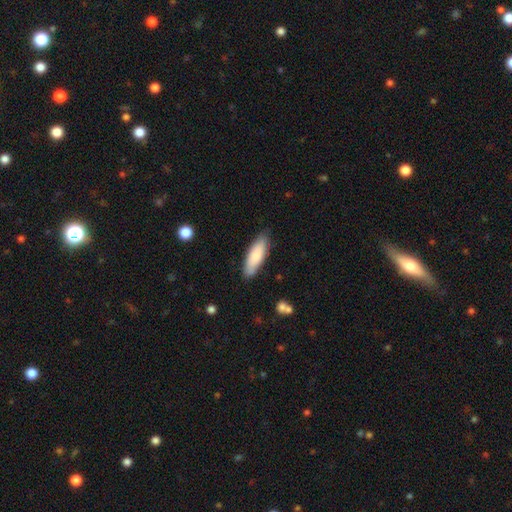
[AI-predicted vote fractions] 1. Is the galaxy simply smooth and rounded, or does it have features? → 83% smooth, 12% featured or disk, 5% star or artifact.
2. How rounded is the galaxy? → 57% in between, 42% cigar-shaped, 2% round.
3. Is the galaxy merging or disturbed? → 82% none, 14% minor disturbance, 2% major disturbance, 2% merger.